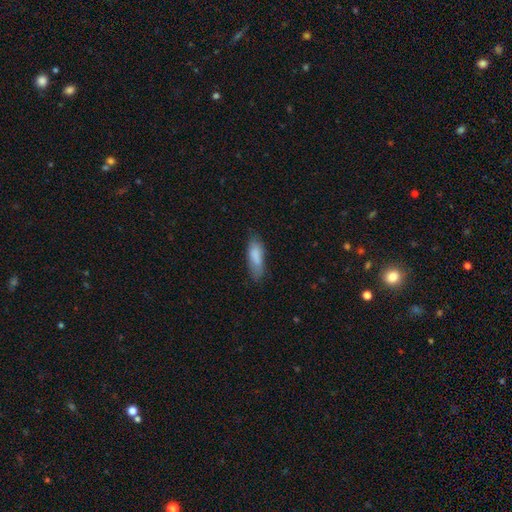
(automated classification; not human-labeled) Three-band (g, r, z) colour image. It shows a smooth galaxy with no disk features (84%) that is in between round and cigar-shaped (61%). Merging: none (70%).